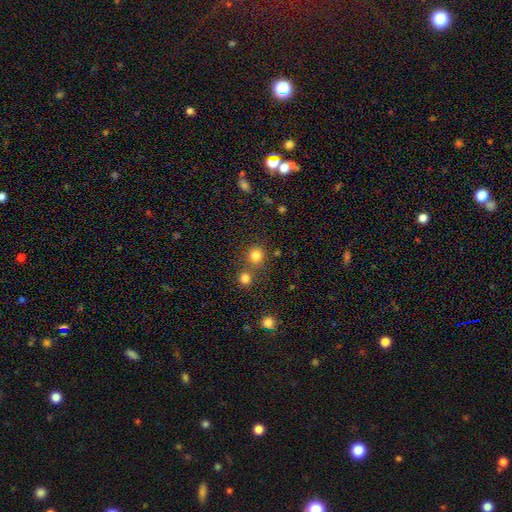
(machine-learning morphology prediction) Smooth or featured: smooth — 80% (star or artifact — 14%)
How rounded: round — 90% (in between — 9%)
Merging: none — 67% (merger — 23%)